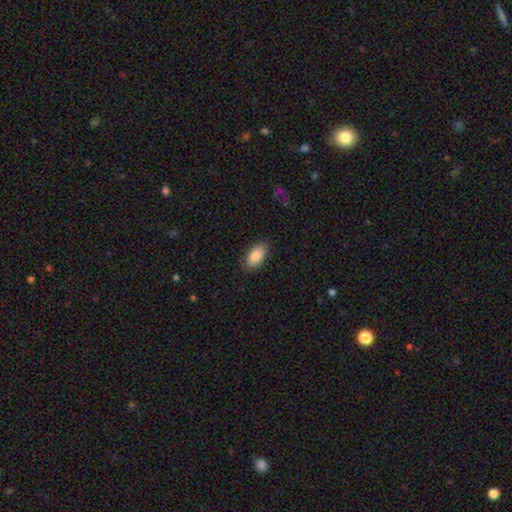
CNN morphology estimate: Smooth or featured? Predicted: smooth (p=0.86). How rounded? Predicted: in between (p=0.92). Merging? Predicted: none (p=0.87).